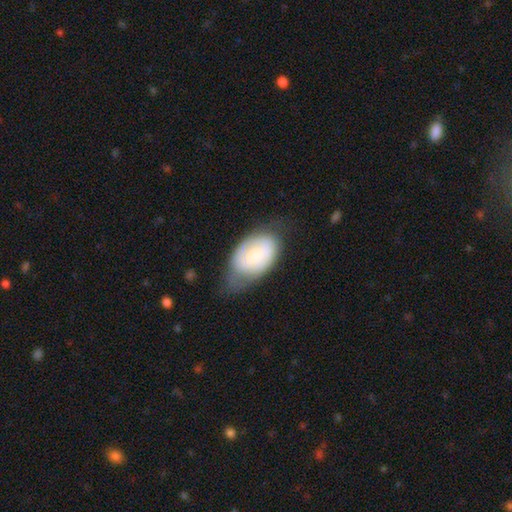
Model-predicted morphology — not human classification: A smooth galaxy with no disk features (58%) that is in between round and cigar-shaped (89%). Merging: none (41%).